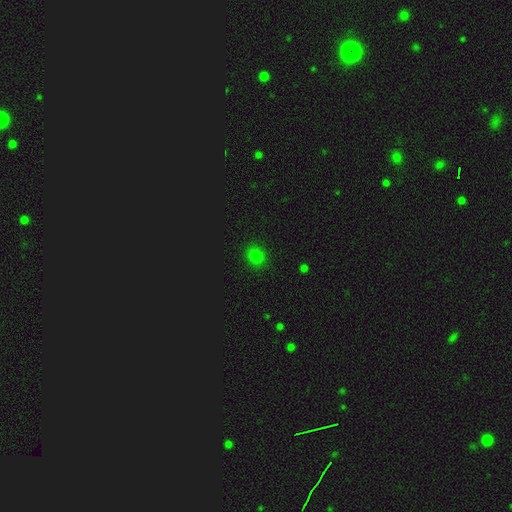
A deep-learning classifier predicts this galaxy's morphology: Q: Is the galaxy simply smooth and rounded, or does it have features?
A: smooth — 76%.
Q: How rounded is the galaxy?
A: round — 80%.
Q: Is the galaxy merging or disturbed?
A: none — 89%.